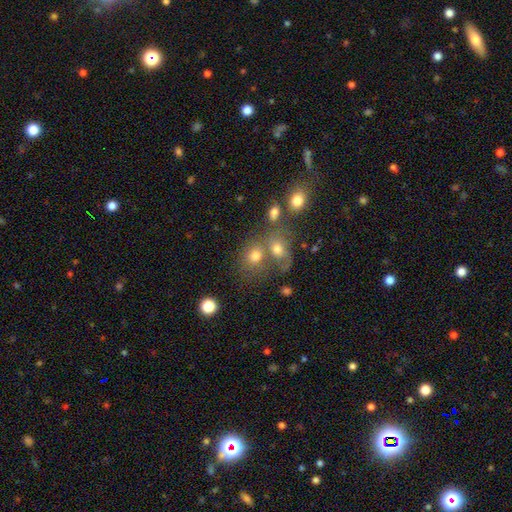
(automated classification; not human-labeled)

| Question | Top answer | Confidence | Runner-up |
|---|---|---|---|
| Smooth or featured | smooth | 69% | star or artifact (17%) |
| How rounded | round | 62% | in between (37%) |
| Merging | merger | 43% | none (40%) |